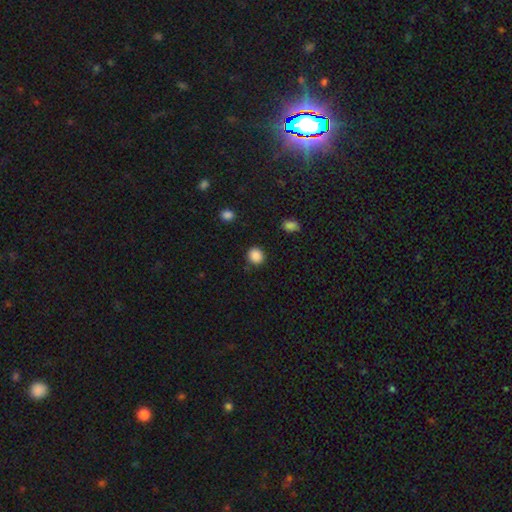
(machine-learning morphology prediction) Overall: smooth (88%). How rounded: round (83%). Merging: none (87%).